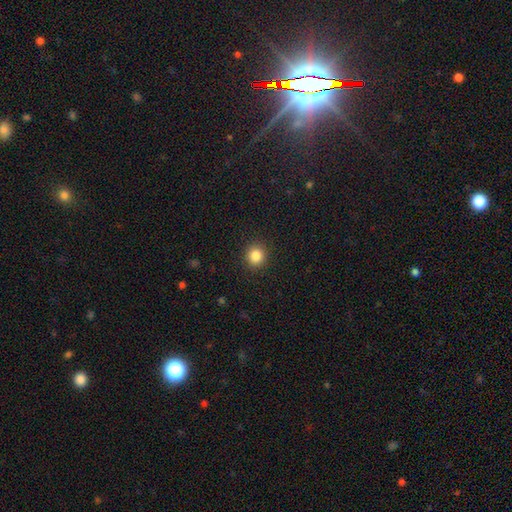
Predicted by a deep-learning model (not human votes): Q: Smooth or featured?
A: smooth (85%); runner-up: star or artifact (11%)
Q: How rounded?
A: round (91%); runner-up: in between (8%)
Q: Merging?
A: none (92%); runner-up: minor disturbance (5%)